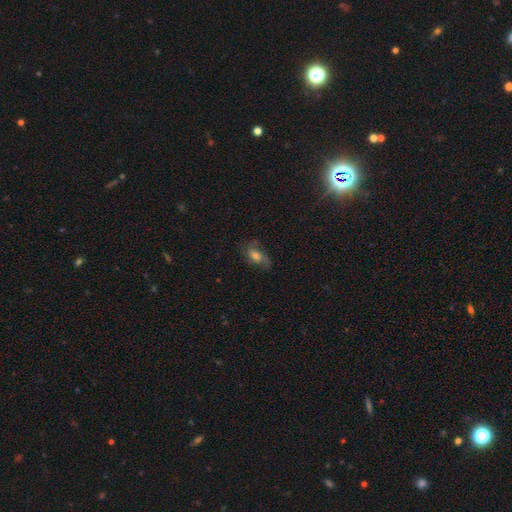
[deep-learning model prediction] Smooth or featured? smooth (46%)
Merging? none (62%)